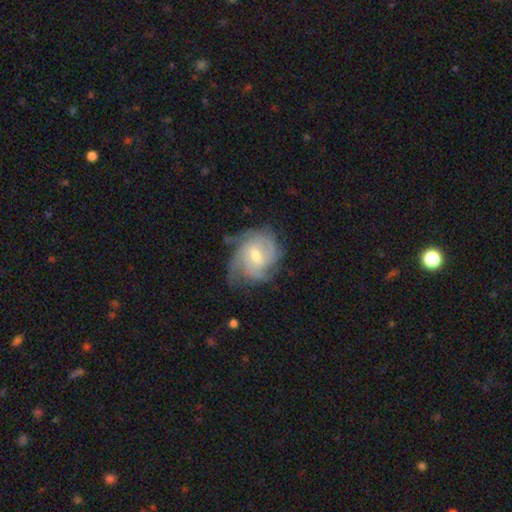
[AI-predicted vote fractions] A featured or disk galaxy (80%) with a weak bar (47%), tight (55%) spiral arms (94%) and a moderate central bulge (56%). Merging: none (62%).